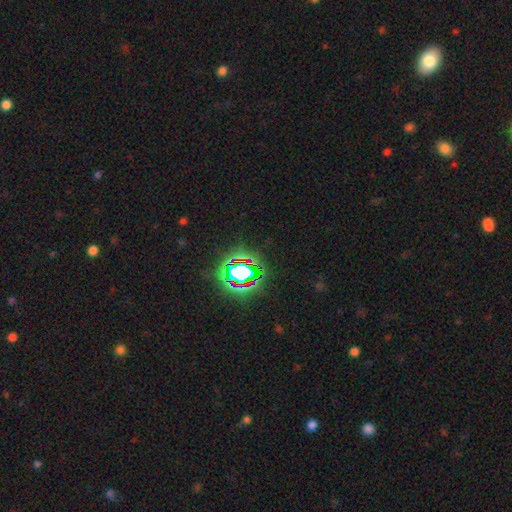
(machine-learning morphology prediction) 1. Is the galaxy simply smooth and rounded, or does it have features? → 79% star or artifact, 13% smooth, 8% featured or disk.